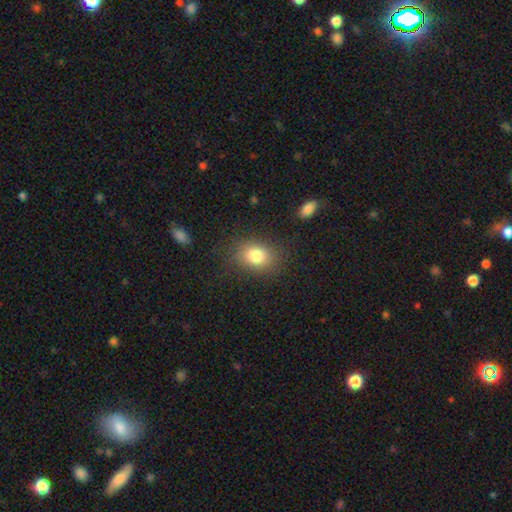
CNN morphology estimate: type=smooth (82%); roundness=in between (65%); merging=none (81%).